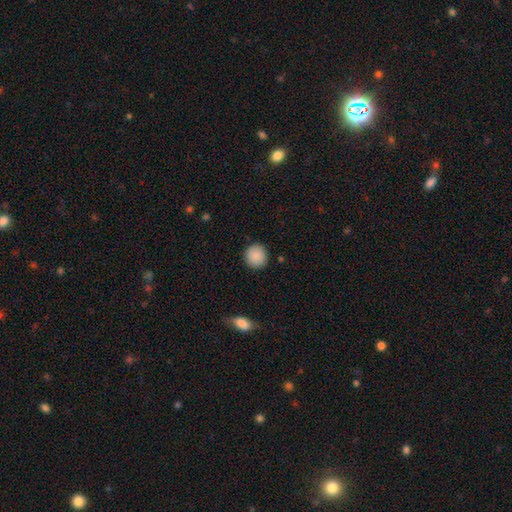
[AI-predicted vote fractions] Smooth or featured?
  - smooth: 89% *
  - star or artifact: 7%
  - featured or disk: 4%
How rounded?
  - round: 91% *
  - in between: 8%
  - cigar-shaped: 1%
Merging?
  - none: 90% *
  - minor disturbance: 6%
  - major disturbance: 2%
  - merger: 1%